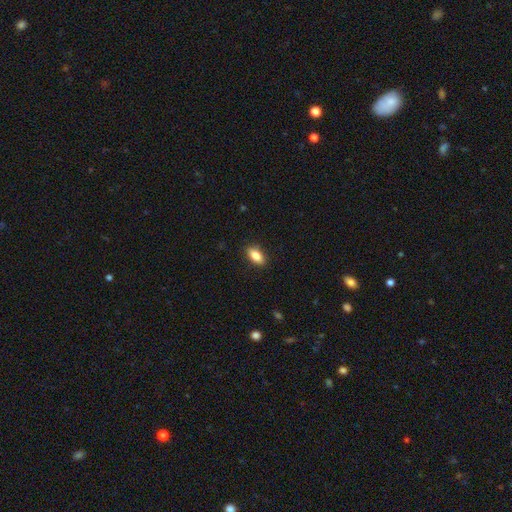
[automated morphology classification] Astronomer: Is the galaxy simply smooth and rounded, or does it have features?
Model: smooth — 85%.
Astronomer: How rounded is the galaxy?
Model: in between — 86%.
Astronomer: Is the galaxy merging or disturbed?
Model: none — 88%.